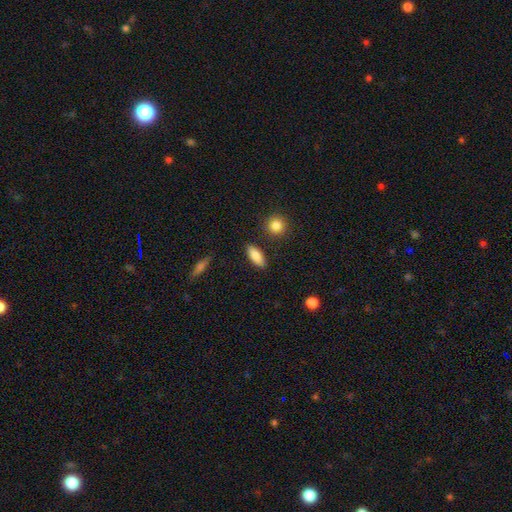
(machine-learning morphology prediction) smooth-or-featured: smooth: 86% | featured or disk: 7% | star or artifact: 7%
  how-rounded: in between: 76% | cigar-shaped: 21% | round: 3%
  merging: none: 86% | minor disturbance: 9% | merger: 2% | major disturbance: 2%